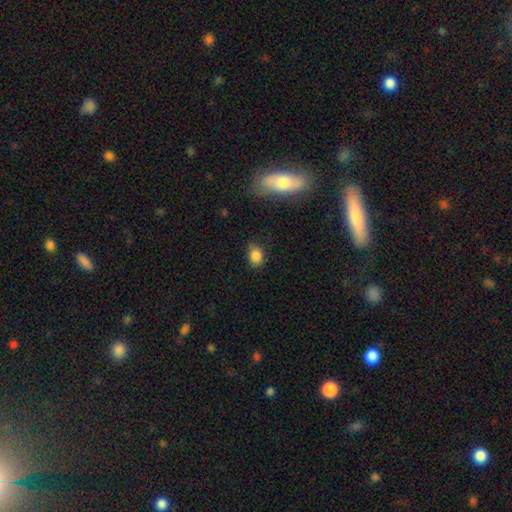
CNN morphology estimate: Smooth or featured: smooth — 84% (star or artifact — 10%)
How rounded: in between — 58% (round — 40%)
Merging: none — 63% (minor disturbance — 29%)